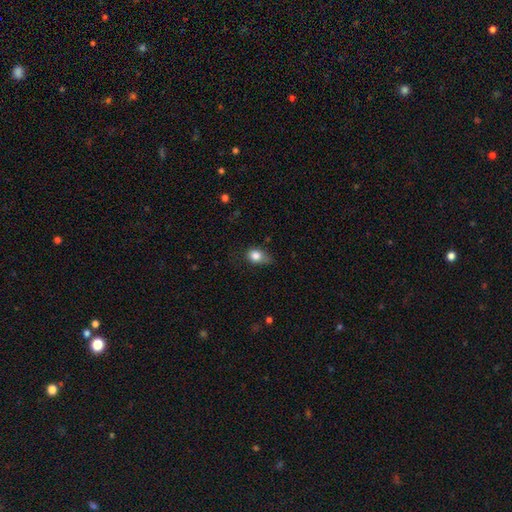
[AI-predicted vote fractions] Morphology: type=smooth (82%); roundness=in between (64%); merging=none (45%).